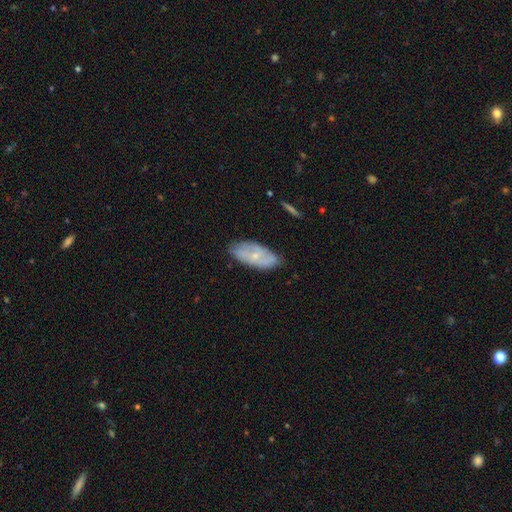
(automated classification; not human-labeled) Smooth or featured? featured or disk (51%)
Edge-on disk? no (87%)
Merging? none (75%)